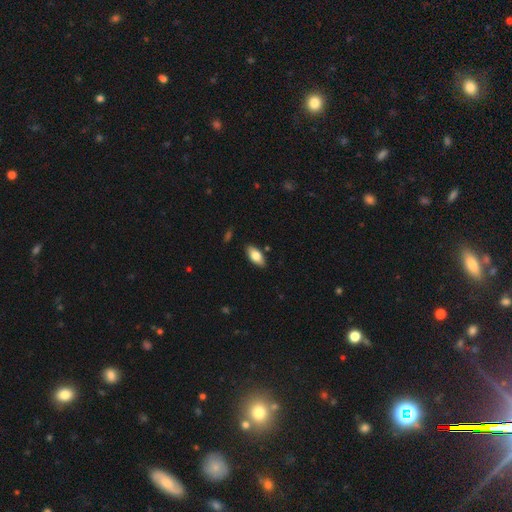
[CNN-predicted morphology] A smooth galaxy with no disk features (78%) that is in between round and cigar-shaped (91%).

Vote fractions:
- Smooth or featured? smooth: 78% / featured or disk: 15% / star or artifact: 6%
- How rounded? in between: 91% / cigar-shaped: 7% / round: 2%
- Merging? none: 87% / minor disturbance: 10% / major disturbance: 2% / merger: 1%